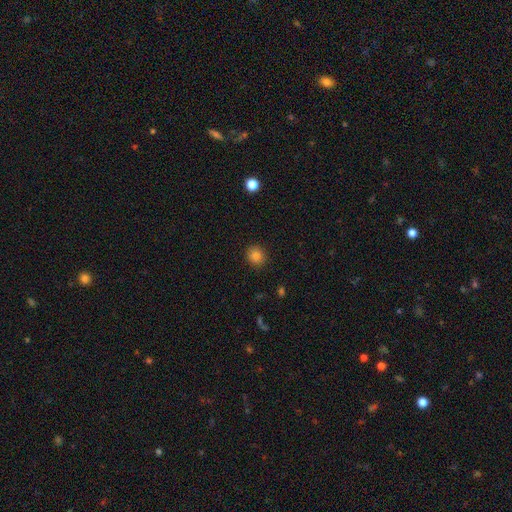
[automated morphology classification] This appears to be a smooth galaxy with no disk features (84%) that is round (86%). Merging: none (90%).